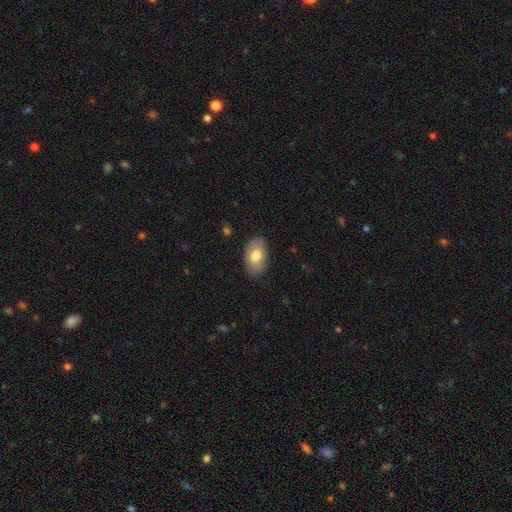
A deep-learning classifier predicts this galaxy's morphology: Smooth or featured? Predicted: smooth (p=0.75). How rounded? Predicted: in between (p=0.92). Merging? Predicted: none (p=0.82).